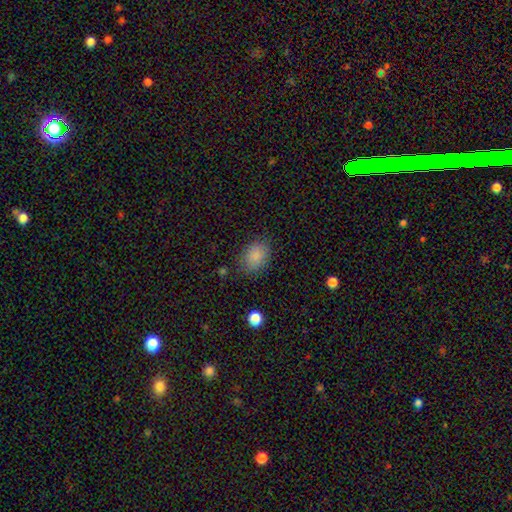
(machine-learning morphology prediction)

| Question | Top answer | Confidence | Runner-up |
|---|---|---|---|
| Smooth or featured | smooth | 85% | star or artifact (10%) |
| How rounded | in between | 65% | round (34%) |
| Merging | none | 80% | minor disturbance (14%) |